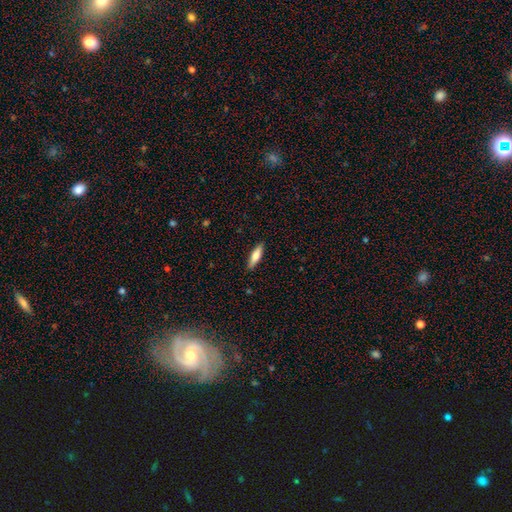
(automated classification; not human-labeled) Q: Smooth or featured?
A: smooth (72%); runner-up: featured or disk (22%)
Q: How rounded?
A: cigar-shaped (61%); runner-up: in between (37%)
Q: Merging?
A: none (89%); runner-up: minor disturbance (8%)